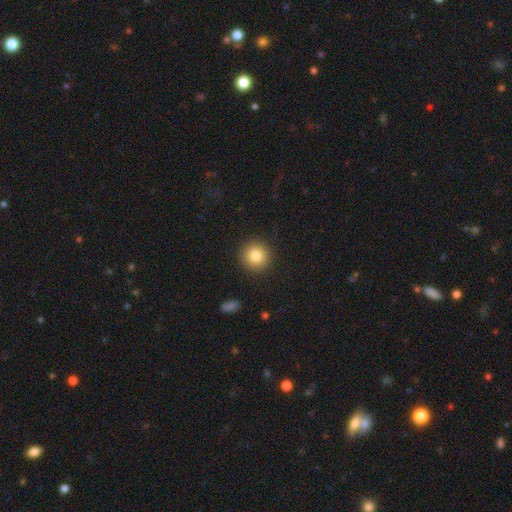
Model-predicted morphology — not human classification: smooth-or-featured: smooth: 83% | star or artifact: 10% | featured or disk: 7%
  how-rounded: round: 94% | in between: 5% | cigar-shaped: 1%
  merging: none: 91% | minor disturbance: 6% | major disturbance: 2% | merger: 1%